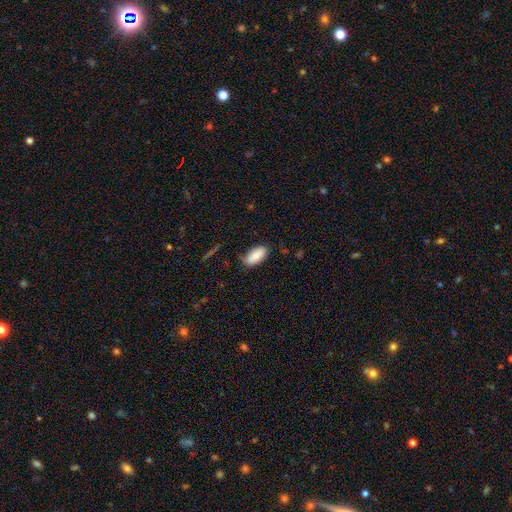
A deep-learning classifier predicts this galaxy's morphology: Smooth or featured? Predicted: smooth (p=0.88). How rounded? Predicted: in between (p=0.89). Merging? Predicted: none (p=0.81).